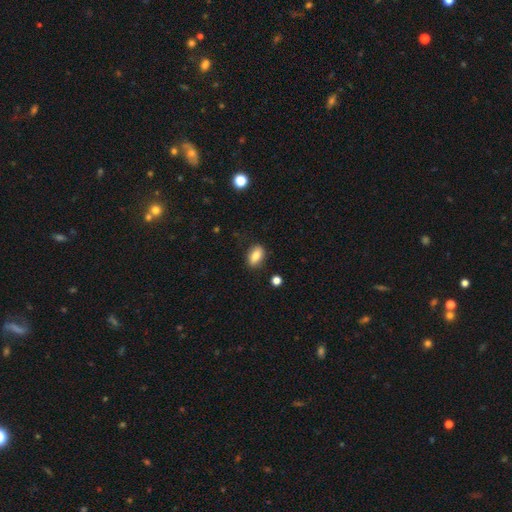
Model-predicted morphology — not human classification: This appears to be a smooth galaxy with no disk features (81%) that is in between round and cigar-shaped (85%). Merging: none (82%).